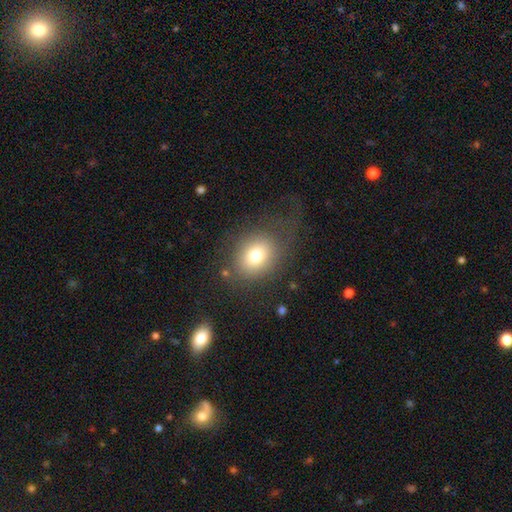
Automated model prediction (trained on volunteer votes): smooth_or_featured: smooth (p=0.74) [alt: featured or disk p=0.15]
how_rounded: round (p=0.53) [alt: in between p=0.46]
merging: none (p=0.62) [alt: major disturbance p=0.20]